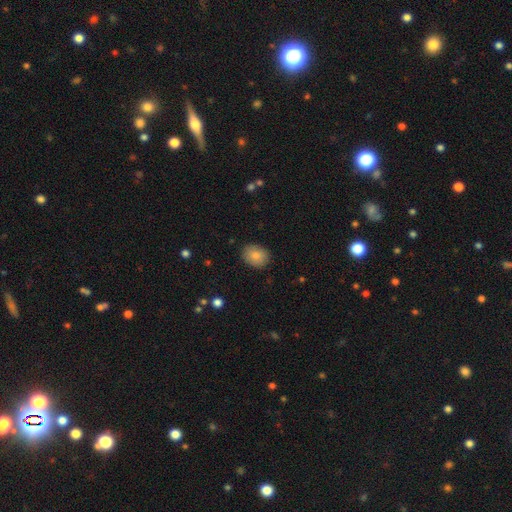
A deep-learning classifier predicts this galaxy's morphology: smooth_or_featured: smooth (p=0.83) [alt: featured or disk p=0.09]
how_rounded: in between (p=0.51) [alt: round p=0.48]
merging: none (p=0.87) [alt: minor disturbance p=0.10]